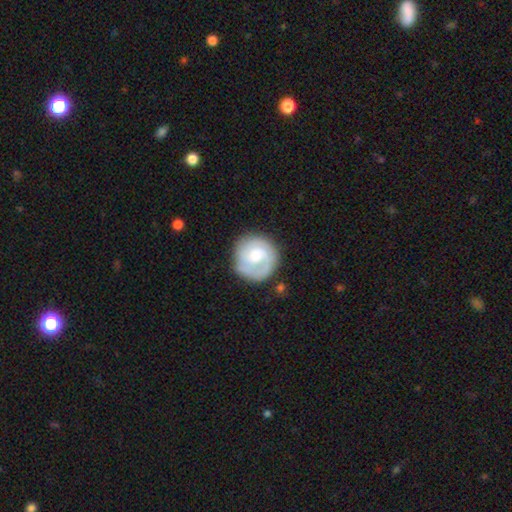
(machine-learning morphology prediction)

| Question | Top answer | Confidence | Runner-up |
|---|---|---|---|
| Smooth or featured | featured or disk | 57% | smooth (37%) |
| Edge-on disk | no | 98% | yes (2%) |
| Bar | no | 61% | weak (33%) |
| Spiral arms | yes | 82% | no (18%) |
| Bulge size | moderate | 52% | small (26%) |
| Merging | none | 74% | minor disturbance (16%) |